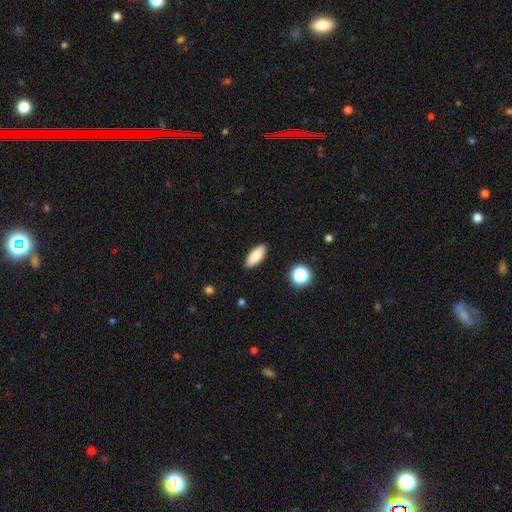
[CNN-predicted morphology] Smooth or featured? Predicted: smooth (p=0.82). How rounded? Predicted: in between (p=0.75). Merging? Predicted: none (p=0.89).